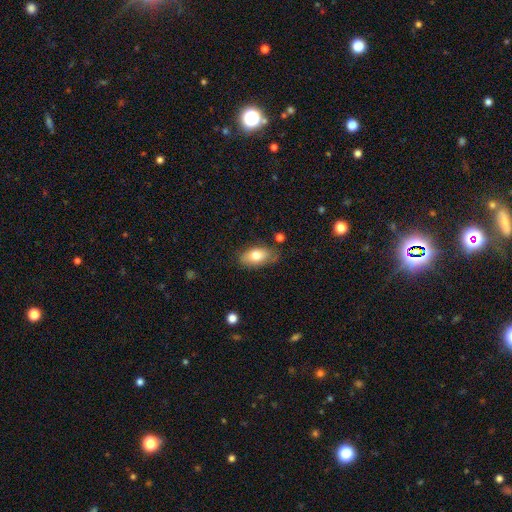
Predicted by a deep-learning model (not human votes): smooth 76%, featured or disk 17%, star or artifact 7%. Down the decision tree: how rounded — in between (91%); merging — none (71%).